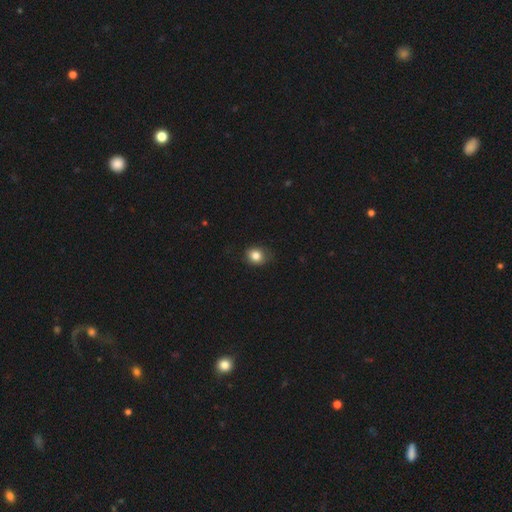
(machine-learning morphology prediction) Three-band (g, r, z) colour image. It shows a smooth galaxy with no disk features (83%) that is round (66%). Merging: none (77%).